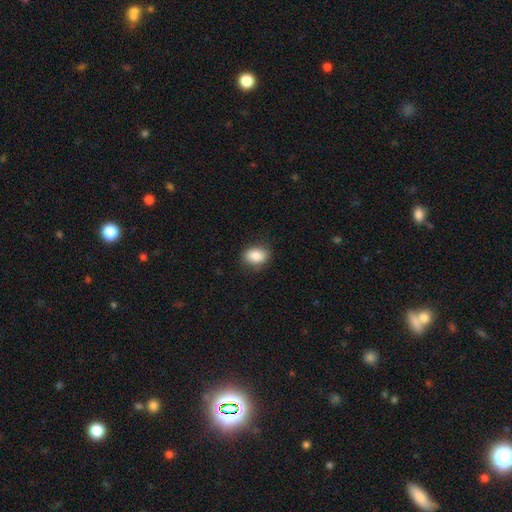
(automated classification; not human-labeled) Overall: smooth (85%). How rounded: in between (72%). Merging: none (82%).